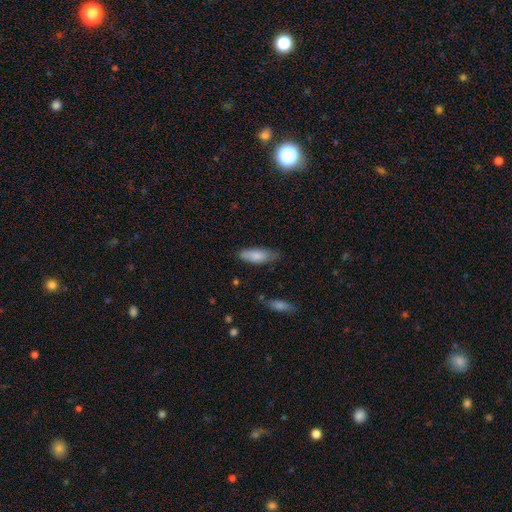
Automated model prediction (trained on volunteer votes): Q: Smooth or featured?
A: smooth (82%); runner-up: featured or disk (12%)
Q: How rounded?
A: in between (67%); runner-up: cigar-shaped (32%)
Q: Merging?
A: none (69%); runner-up: minor disturbance (24%)